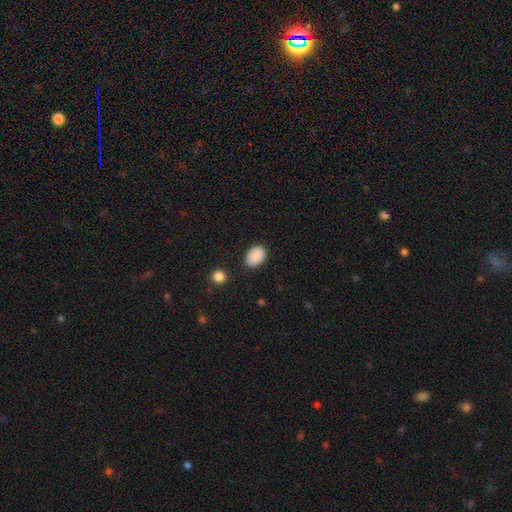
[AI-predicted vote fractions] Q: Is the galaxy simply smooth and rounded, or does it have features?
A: smooth — 89%.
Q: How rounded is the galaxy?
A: in between — 83%.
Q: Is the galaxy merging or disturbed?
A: none — 83%.